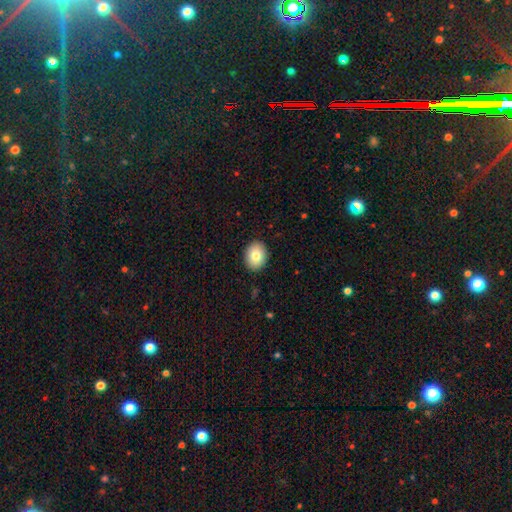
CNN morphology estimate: Overall: smooth (82%). How rounded: round (50%; in between 49%). Merging: none (90%).